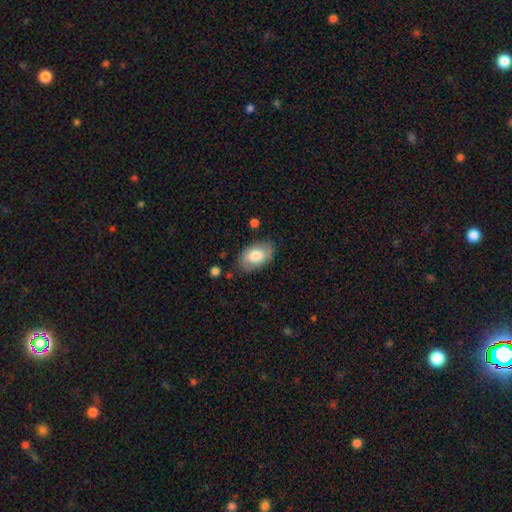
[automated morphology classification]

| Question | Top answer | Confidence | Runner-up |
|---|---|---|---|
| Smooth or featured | smooth | 74% | featured or disk (20%) |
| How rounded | in between | 92% | round (7%) |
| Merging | none | 76% | minor disturbance (18%) |